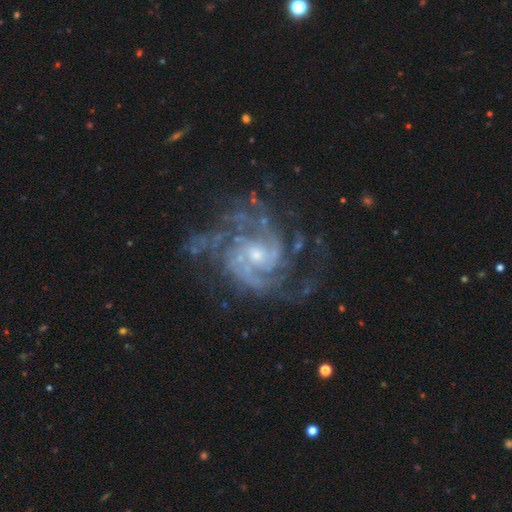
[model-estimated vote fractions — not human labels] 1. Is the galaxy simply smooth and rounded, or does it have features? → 91% featured or disk, 6% star or artifact, 3% smooth.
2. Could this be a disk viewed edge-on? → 98% no, 2% yes.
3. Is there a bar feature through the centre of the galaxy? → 66% no, 28% weak, 7% strong.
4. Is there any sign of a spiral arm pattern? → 98% yes, 2% no.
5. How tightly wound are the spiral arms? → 50% tight, 41% medium, 8% loose.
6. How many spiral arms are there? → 27% 2, 24% 3, 18% can't tell, 15% 4, 8% more than 4, 7% 1.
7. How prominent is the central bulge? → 56% small, 38% moderate, 3% none, 3% large, 1% dominant.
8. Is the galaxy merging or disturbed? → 66% none, 18% minor disturbance, 15% major disturbance, 2% merger.